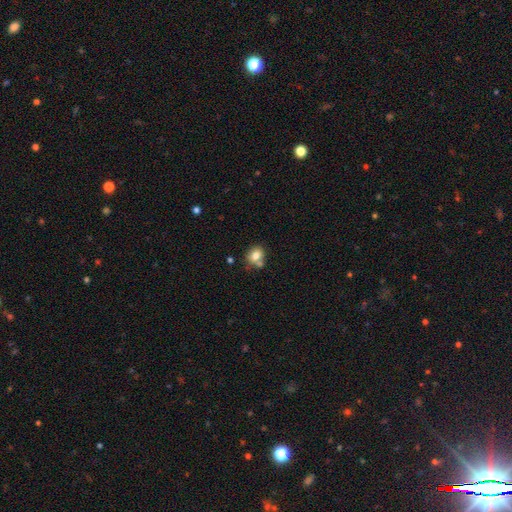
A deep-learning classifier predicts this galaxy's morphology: Smooth or featured: smooth — 77% (featured or disk — 12%)
How rounded: round — 60% (in between — 40%)
Merging: none — 57% (merger — 24%)